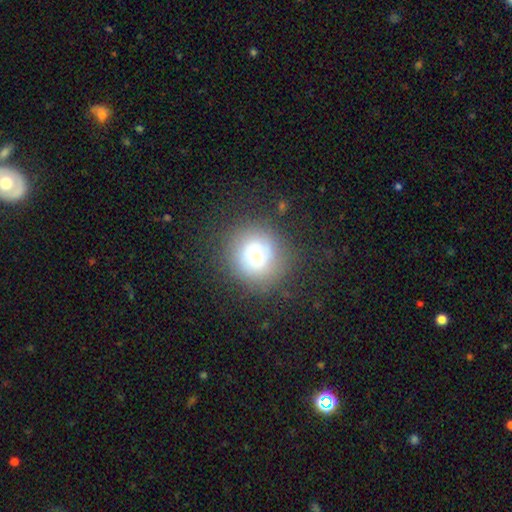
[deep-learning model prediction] Smooth or featured? smooth (59%)
How rounded? round (92%)
Merging? none (78%)